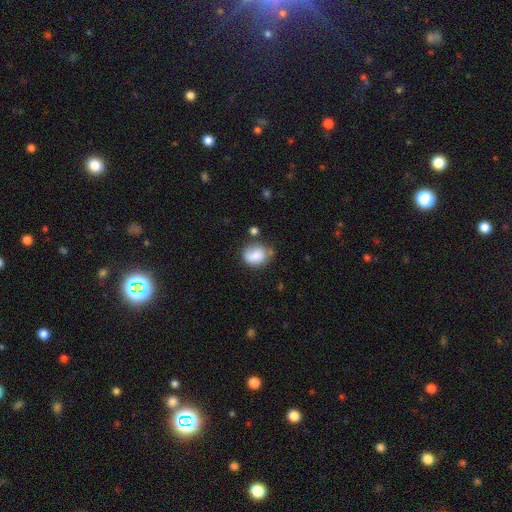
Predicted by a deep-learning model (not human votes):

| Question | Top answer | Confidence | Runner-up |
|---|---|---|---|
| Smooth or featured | smooth | 77% | featured or disk (14%) |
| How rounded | round | 56% | in between (43%) |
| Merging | none | 55% | minor disturbance (26%) |